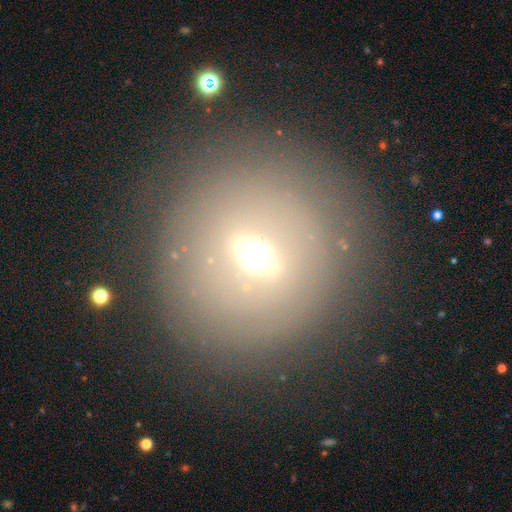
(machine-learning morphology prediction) Smooth or featured: smooth — 43% (featured or disk — 40%)
Merging: none — 82% (minor disturbance — 10%)